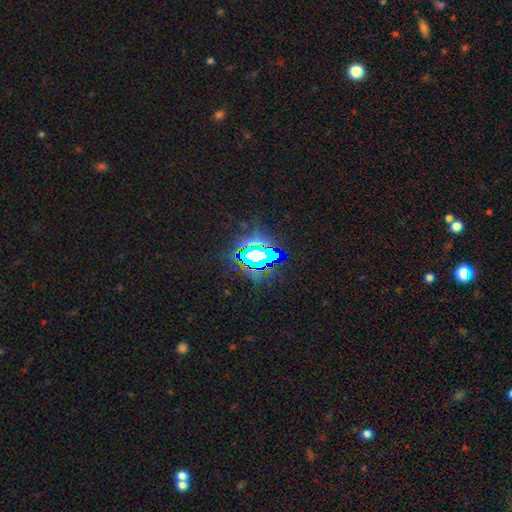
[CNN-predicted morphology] This is likely a star or artifact rather than a galaxy (69%).